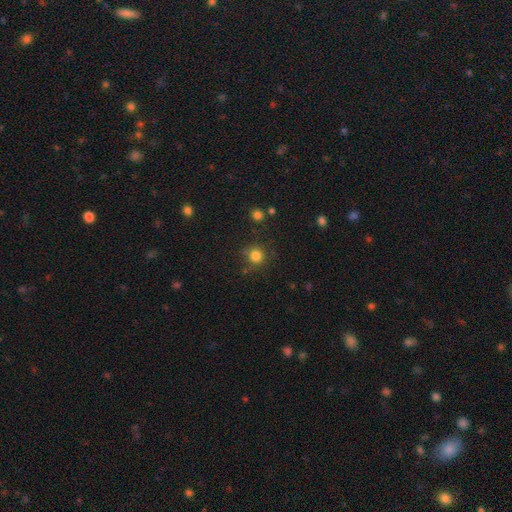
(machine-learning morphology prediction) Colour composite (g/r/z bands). It shows a smooth galaxy with no disk features (82%) that is round (92%). Merging: none (80%).